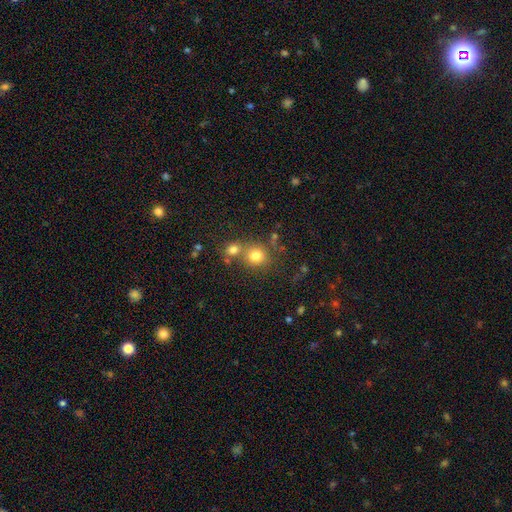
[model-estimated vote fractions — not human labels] Smooth or featured? Predicted: smooth (p=0.77). How rounded? Predicted: round (p=0.85). Merging? Predicted: none (p=0.56).